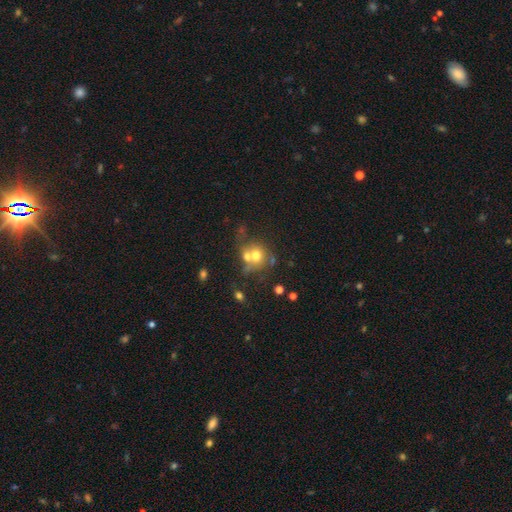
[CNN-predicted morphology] Q: Smooth or featured?
A: smooth (64%); runner-up: featured or disk (23%)
Q: How rounded?
A: round (78%); runner-up: in between (21%)
Q: Merging?
A: merger (47%); runner-up: none (36%)